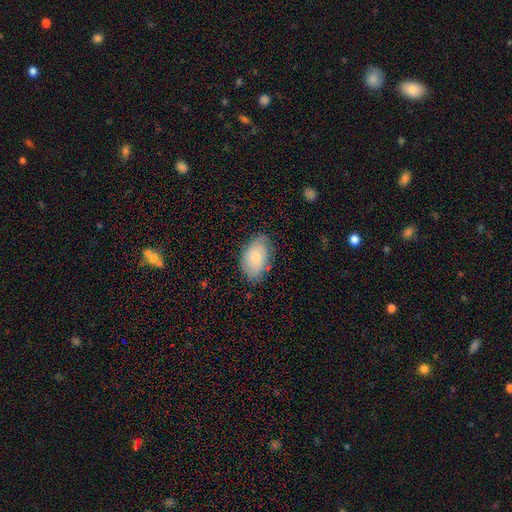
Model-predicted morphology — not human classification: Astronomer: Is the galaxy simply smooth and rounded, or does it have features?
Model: smooth — 70%.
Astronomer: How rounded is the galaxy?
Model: in between — 92%.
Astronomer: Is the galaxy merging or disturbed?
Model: none — 75%.